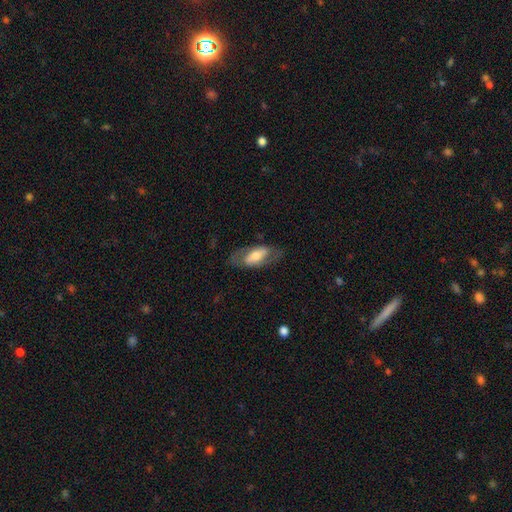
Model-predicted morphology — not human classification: This appears to be a featured or disk galaxy (51%). Merging: none (72%).